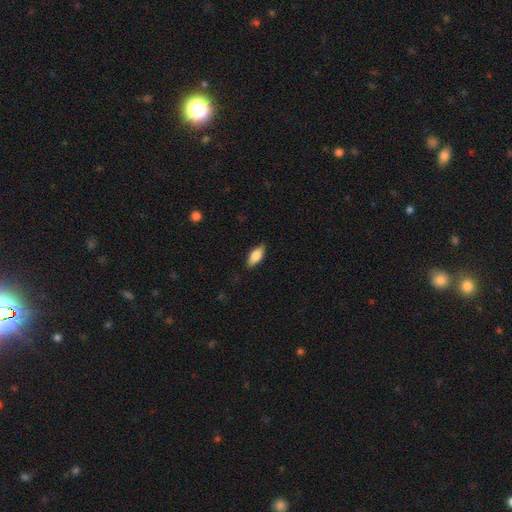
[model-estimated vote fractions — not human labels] smooth-or-featured: smooth: 80% | featured or disk: 13% | star or artifact: 6%
  how-rounded: in between: 85% | cigar-shaped: 12% | round: 3%
  merging: none: 86% | minor disturbance: 11% | major disturbance: 2% | merger: 1%